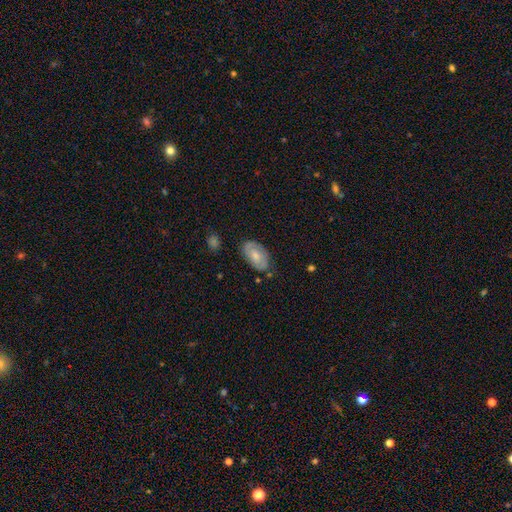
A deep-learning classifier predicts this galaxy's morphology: Smooth or featured: smooth — 51% (featured or disk — 42%)
How rounded: in between — 92% (round — 5%)
Merging: none — 74% (minor disturbance — 19%)